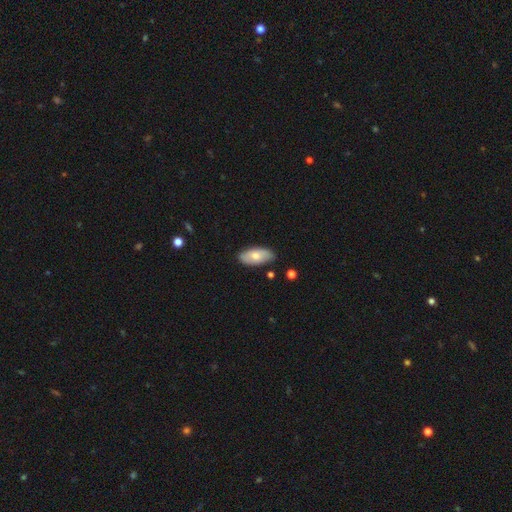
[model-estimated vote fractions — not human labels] smooth 68%, featured or disk 26%, star or artifact 6%. Down the decision tree: how rounded — in between (92%); merging — none (82%).